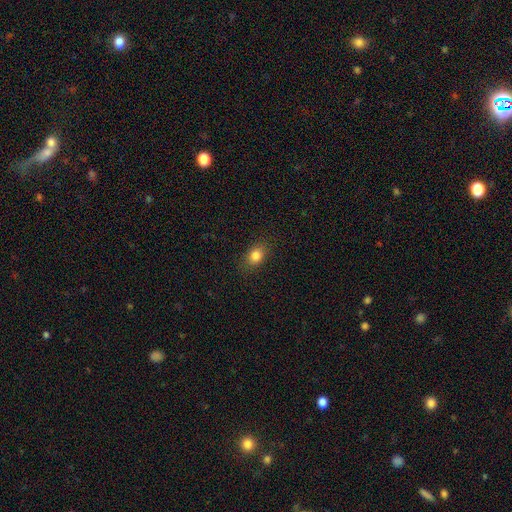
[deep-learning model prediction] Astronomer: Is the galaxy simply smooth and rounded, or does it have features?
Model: smooth — 83%.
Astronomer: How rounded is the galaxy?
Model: in between — 69%.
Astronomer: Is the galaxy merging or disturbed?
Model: none — 85%.